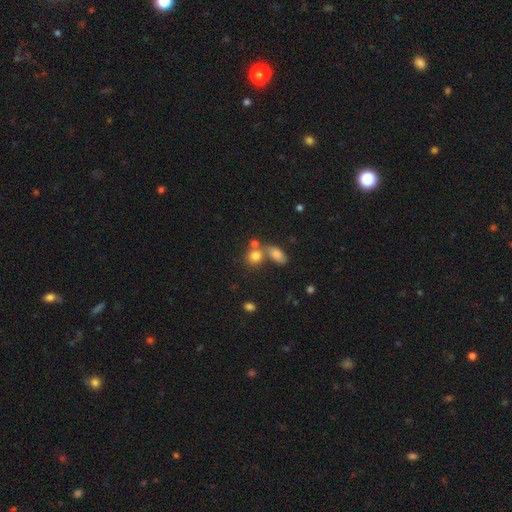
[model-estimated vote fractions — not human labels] Overall: smooth (79%). How rounded: round (68%; in between 30%). Merging: none (47%; merger 39%).